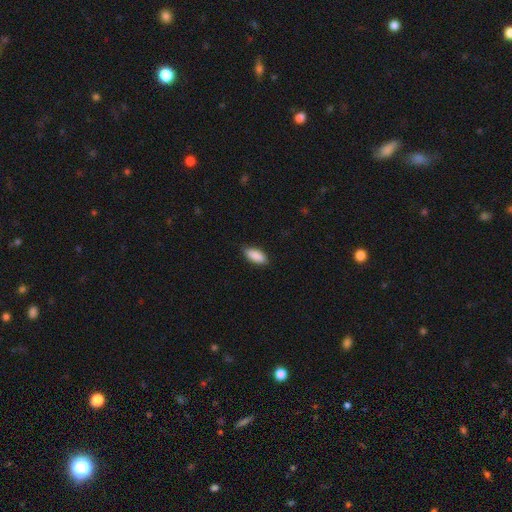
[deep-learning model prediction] smooth-or-featured: smooth: 89% | star or artifact: 6% | featured or disk: 5%
  how-rounded: in between: 86% | cigar-shaped: 12% | round: 2%
  merging: none: 83% | minor disturbance: 14% | major disturbance: 2% | merger: 1%